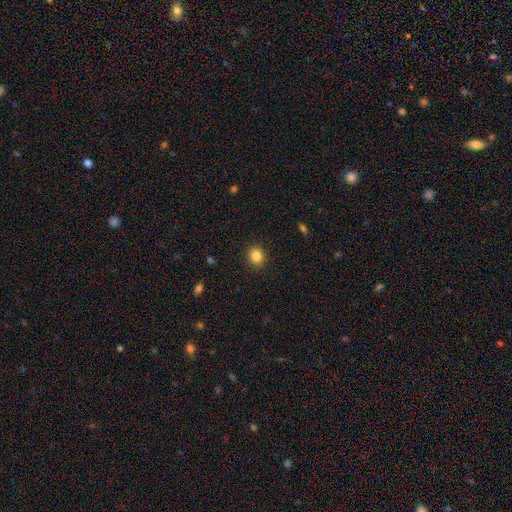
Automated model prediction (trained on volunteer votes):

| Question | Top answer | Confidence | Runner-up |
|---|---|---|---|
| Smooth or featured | smooth | 84% | star or artifact (11%) |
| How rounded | round | 74% | in between (25%) |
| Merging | none | 91% | minor disturbance (6%) |